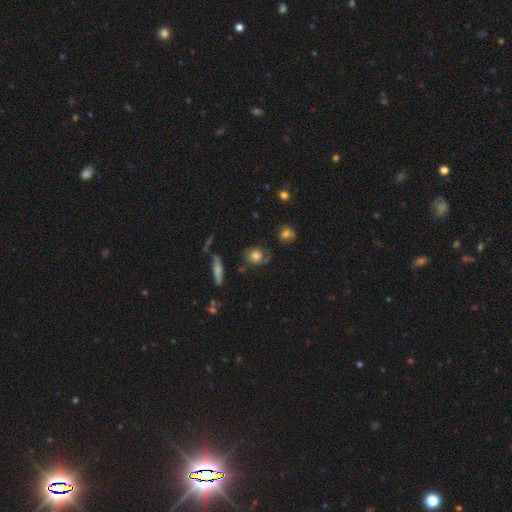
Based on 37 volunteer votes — This is likely a smooth galaxy (68%). How rounded: possibly in between (52%). Merging: marginally none (37%).